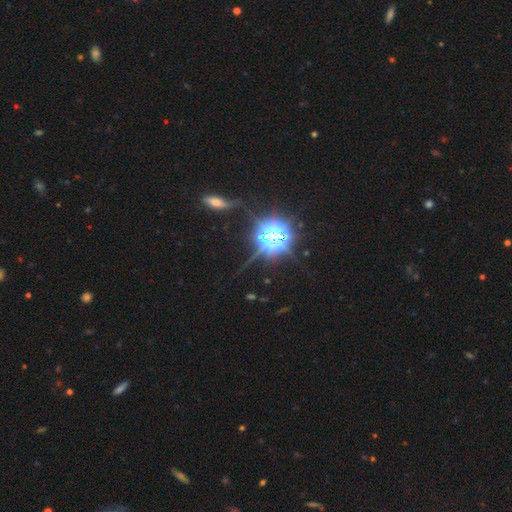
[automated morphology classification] Smooth or featured? Predicted: star or artifact (p=0.79).